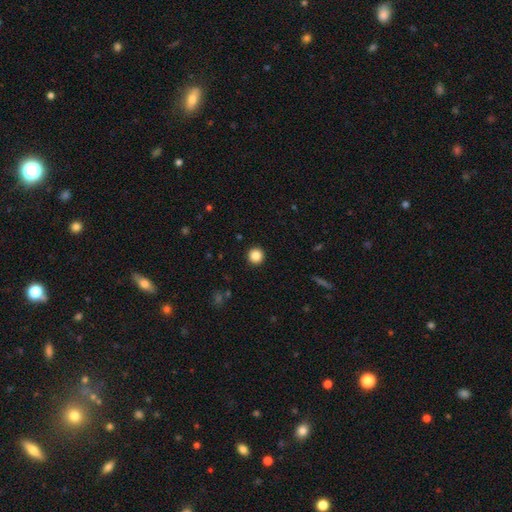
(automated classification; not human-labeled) smooth-or-featured: smooth: 86% | star or artifact: 10% | featured or disk: 4%
  how-rounded: round: 96% | in between: 3% | cigar-shaped: 1%
  merging: none: 93% | minor disturbance: 4% | major disturbance: 2% | merger: 1%